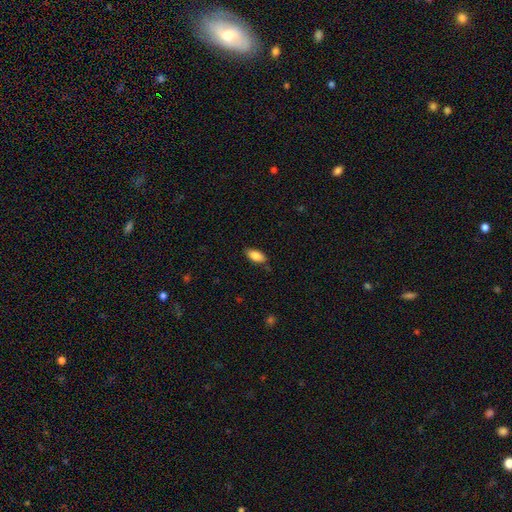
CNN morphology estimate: The model was most divided on "merging": none: 82%, minor disturbance: 14%, major disturbance: 3%, merger: 1%. More confident: how rounded — in between (90%); smooth or featured — smooth (86%).